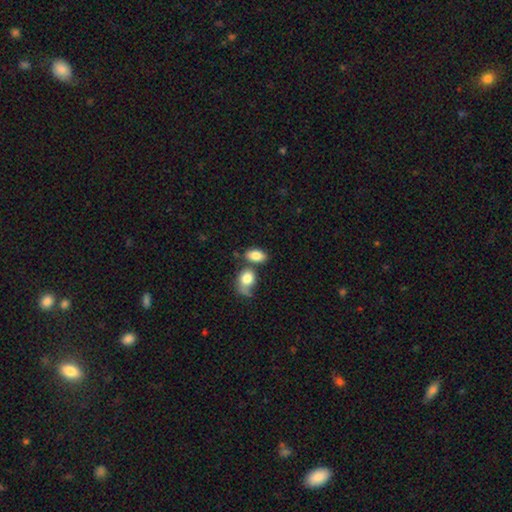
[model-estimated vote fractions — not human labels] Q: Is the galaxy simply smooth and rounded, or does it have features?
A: smooth — 84%.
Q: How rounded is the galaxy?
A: in between — 87%.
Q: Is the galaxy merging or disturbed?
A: none — 53%.